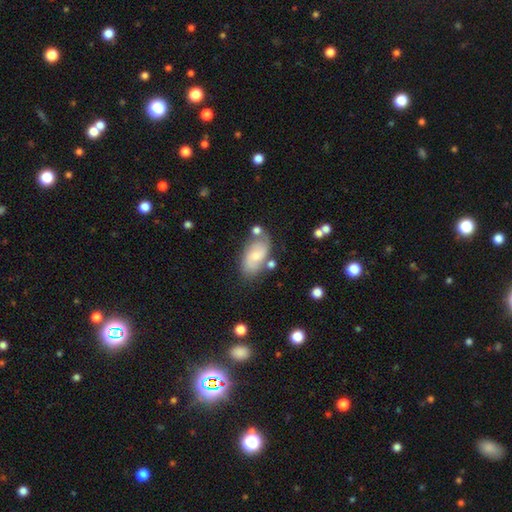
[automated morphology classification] Smooth or featured? Predicted: smooth (p=0.50). How rounded? Predicted: in between (p=0.91). Merging? Predicted: none (p=0.61).